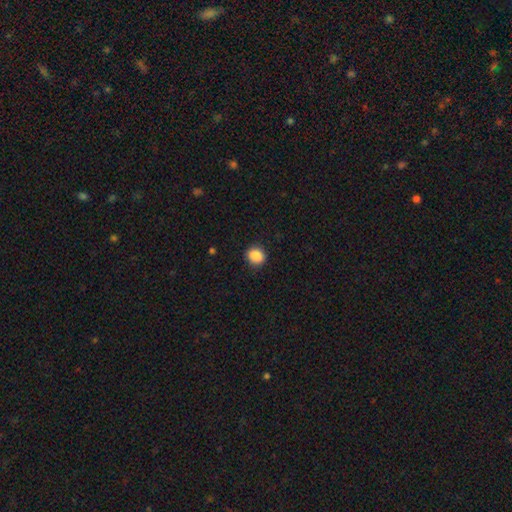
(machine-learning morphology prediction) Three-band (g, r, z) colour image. It shows a smooth galaxy with no disk features (88%) that is round (70%). Merging: none (89%).